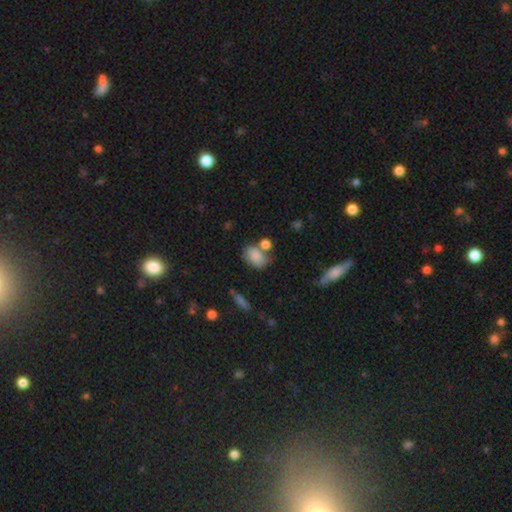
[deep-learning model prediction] Overall: smooth (80%). How rounded: in between (77%). Merging: none (46%; merger 25%).